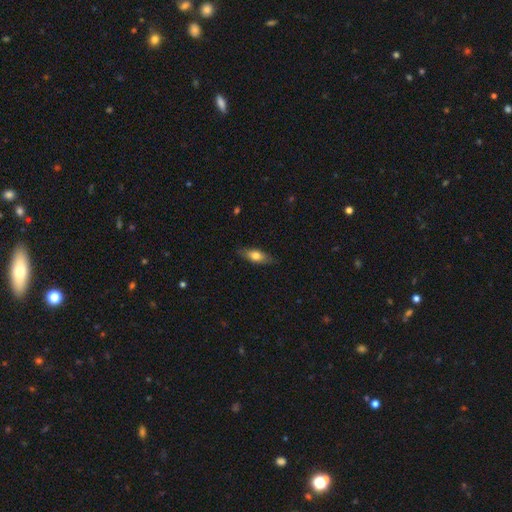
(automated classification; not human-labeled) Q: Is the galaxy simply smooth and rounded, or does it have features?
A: smooth — 68%.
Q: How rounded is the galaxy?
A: in between — 67%.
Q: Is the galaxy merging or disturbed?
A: none — 85%.